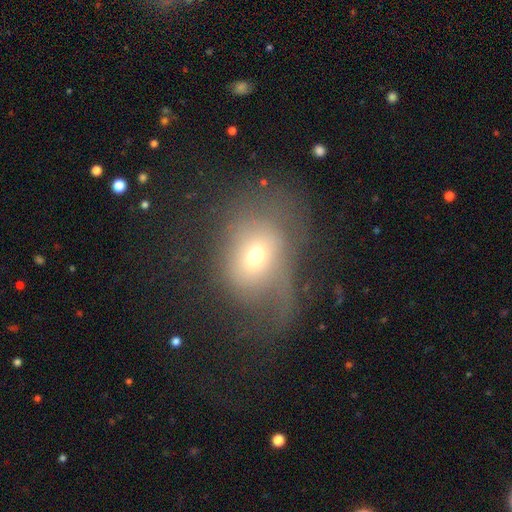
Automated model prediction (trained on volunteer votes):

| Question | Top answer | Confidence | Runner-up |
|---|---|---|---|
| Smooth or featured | smooth | 56% | featured or disk (30%) |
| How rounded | in between | 53% | round (46%) |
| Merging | major disturbance | 43% | none (34%) |